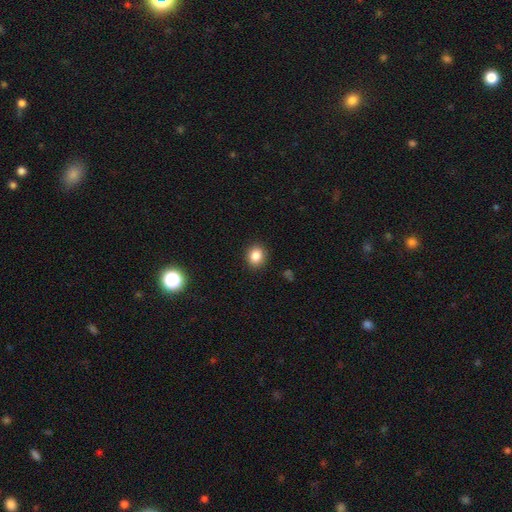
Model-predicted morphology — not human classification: A smooth galaxy with no disk features (85%) that is round (66%). Merging: none (90%).